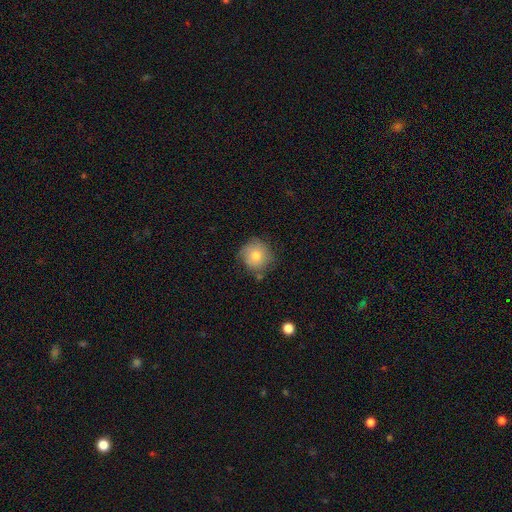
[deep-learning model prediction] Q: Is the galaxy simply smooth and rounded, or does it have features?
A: smooth — 75%.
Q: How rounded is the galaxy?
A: round — 91%.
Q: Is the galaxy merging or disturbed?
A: none — 70%.